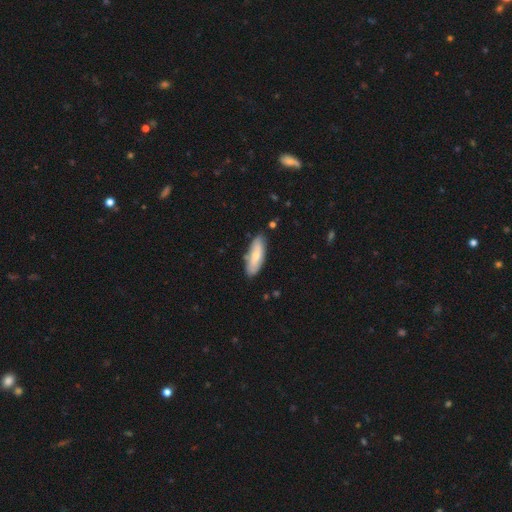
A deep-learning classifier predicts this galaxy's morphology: Smooth or featured: smooth — 68% (featured or disk — 26%)
How rounded: in between — 63% (cigar-shaped — 35%)
Merging: none — 78% (minor disturbance — 16%)